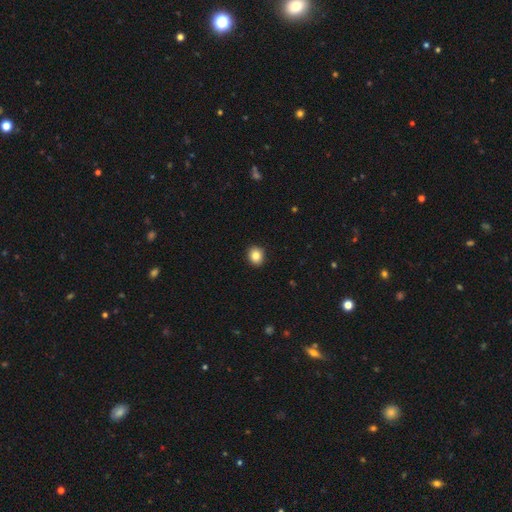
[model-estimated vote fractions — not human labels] A smooth galaxy with no disk features (86%) that is round (69%).

Vote fractions:
- Smooth or featured? smooth: 86% / star or artifact: 9% / featured or disk: 4%
- How rounded? round: 69% / in between: 30% / cigar-shaped: 1%
- Merging? none: 92% / minor disturbance: 6% / major disturbance: 2% / merger: 1%